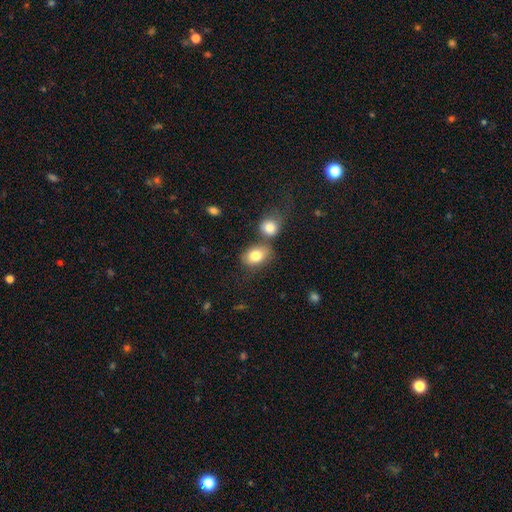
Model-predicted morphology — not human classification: The model was most divided on "merging": none: 53%, merger: 28%, minor disturbance: 14%, major disturbance: 5%. More confident: smooth or featured — smooth (80%); how rounded — in between (72%).